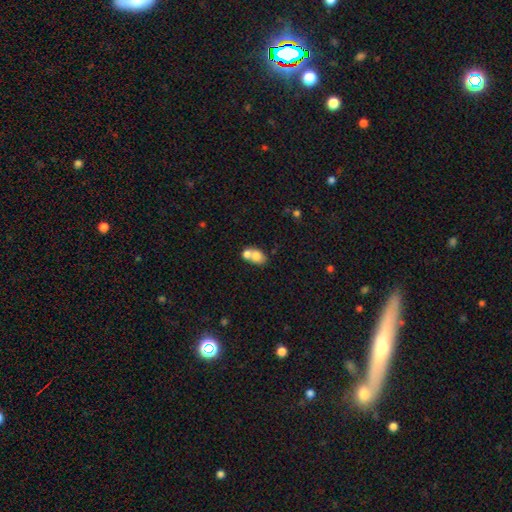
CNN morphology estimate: Q: Smooth or featured?
A: smooth (75%); runner-up: featured or disk (16%)
Q: How rounded?
A: in between (68%); runner-up: round (30%)
Q: Merging?
A: merger (62%); runner-up: none (27%)